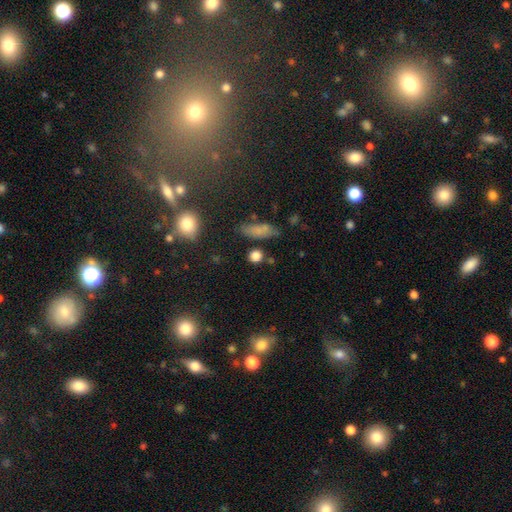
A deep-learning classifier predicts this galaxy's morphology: smooth 79%, star or artifact 14%, featured or disk 7%. Down the decision tree: how rounded — round (72%); merging — none (76%).